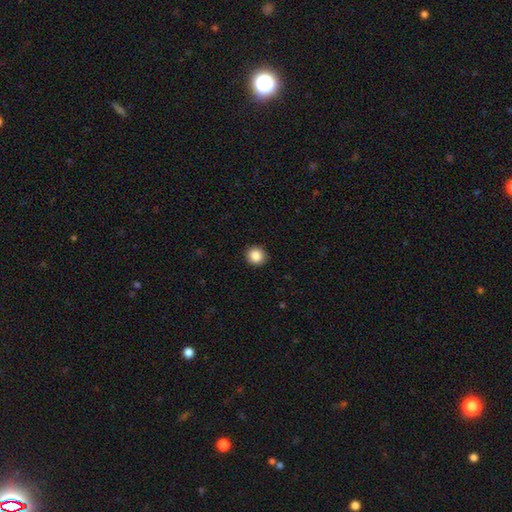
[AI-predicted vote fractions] This is clearly a smooth galaxy (86%). How rounded: clearly round (89%). Merging: clearly none (92%).